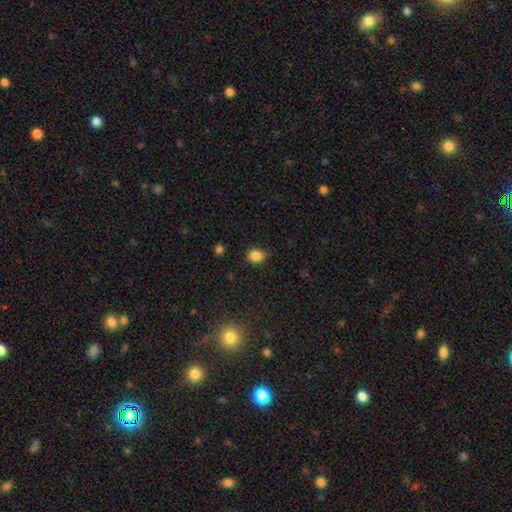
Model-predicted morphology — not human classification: This appears to be a smooth galaxy with no disk features (84%) that is round (61%). Merging: none (78%).